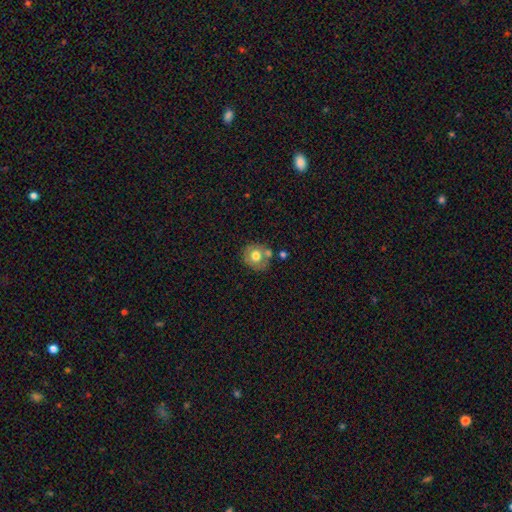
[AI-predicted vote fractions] A smooth galaxy with no disk features (67%) that is round (76%).

Vote fractions:
- Smooth or featured? smooth: 67% / featured or disk: 23% / star or artifact: 9%
- How rounded? round: 76% / in between: 23% / cigar-shaped: 1%
- Merging? none: 61% / merger: 18% / minor disturbance: 16% / major disturbance: 5%